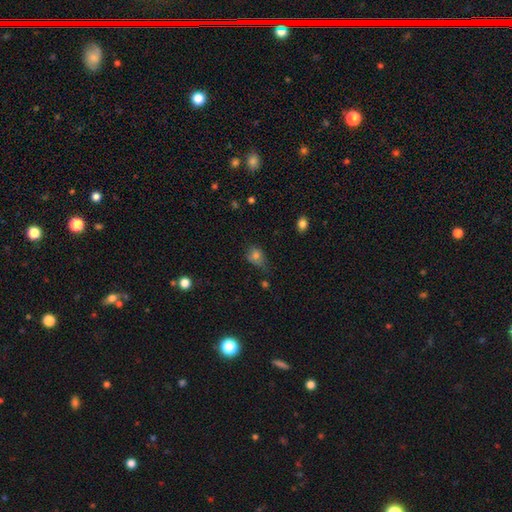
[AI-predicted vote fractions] Smooth or featured?
  - smooth: 70% *
  - star or artifact: 17%
  - featured or disk: 13%
How rounded?
  - round: 50% *
  - in between: 48%
  - cigar-shaped: 2%
Merging?
  - none: 44% *
  - minor disturbance: 34%
  - major disturbance: 17%
  - merger: 5%